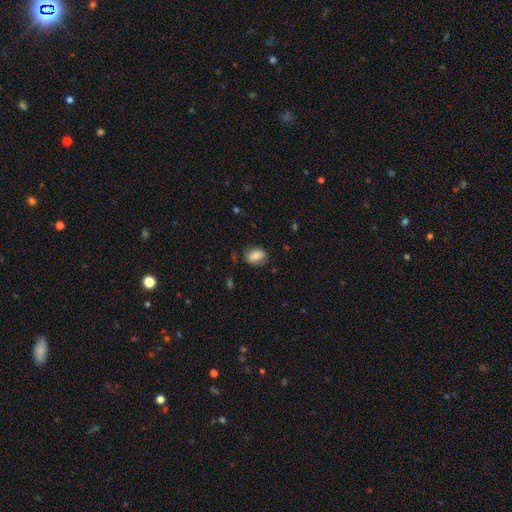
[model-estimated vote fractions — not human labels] Smooth or featured? smooth (80%)
How rounded? in between (74%)
Merging? none (75%)